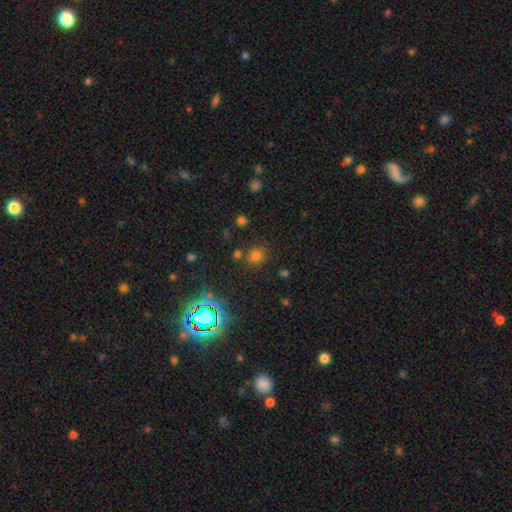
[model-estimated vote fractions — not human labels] A smooth galaxy with no disk features (64%) that is round (82%). Merging: none (75%).